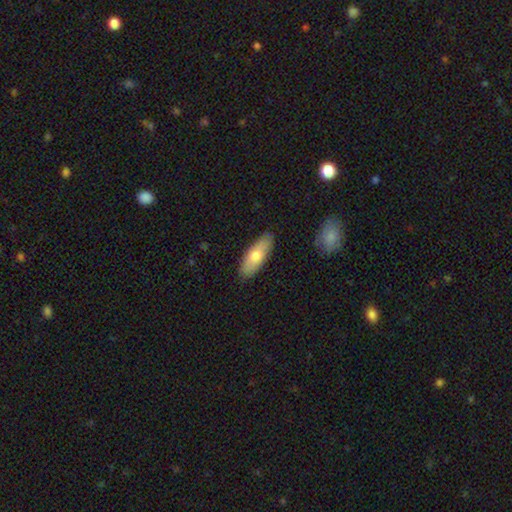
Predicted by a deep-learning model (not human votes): Smooth or featured? smooth (69%)
How rounded? in between (69%)
Merging? none (86%)